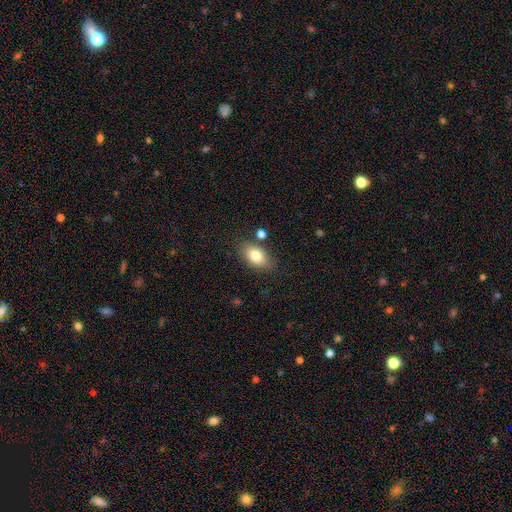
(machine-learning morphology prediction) Q: Smooth or featured?
A: smooth (80%); runner-up: featured or disk (12%)
Q: How rounded?
A: in between (87%); runner-up: round (11%)
Q: Merging?
A: none (77%); runner-up: minor disturbance (14%)